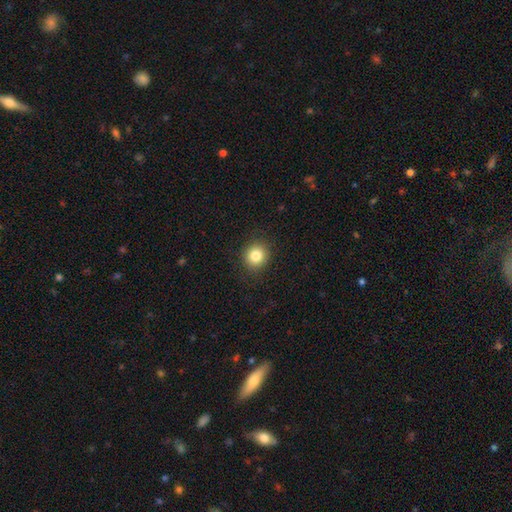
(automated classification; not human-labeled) Smooth or featured: smooth — 82% (star or artifact — 11%)
How rounded: round — 88% (in between — 11%)
Merging: none — 90% (minor disturbance — 7%)